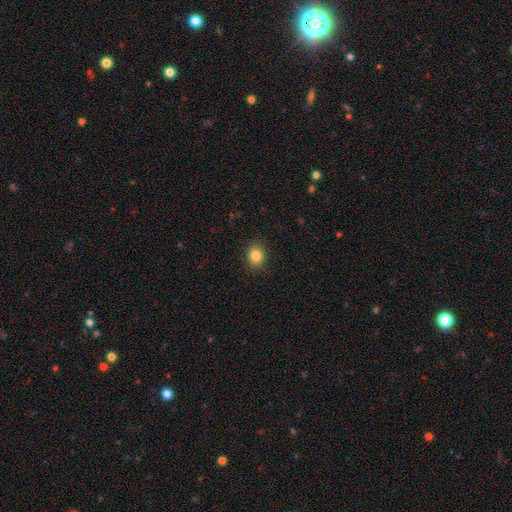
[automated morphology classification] Overall: smooth (84%). How rounded: round (58%; in between 41%). Merging: none (89%).